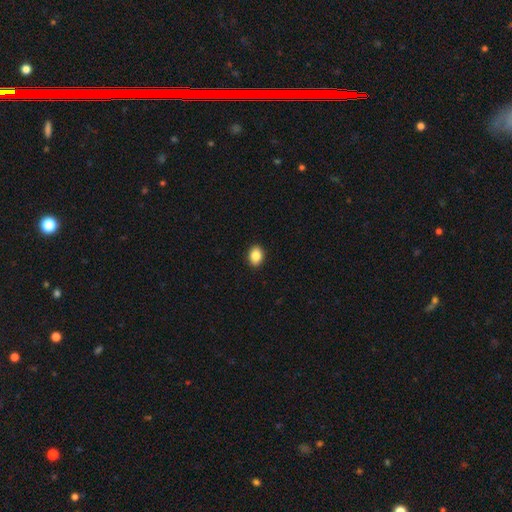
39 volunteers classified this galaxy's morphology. This appears to be a smooth galaxy with no disk features (82%) that is in between round and cigar-shaped (84%). Merging: none (94%).